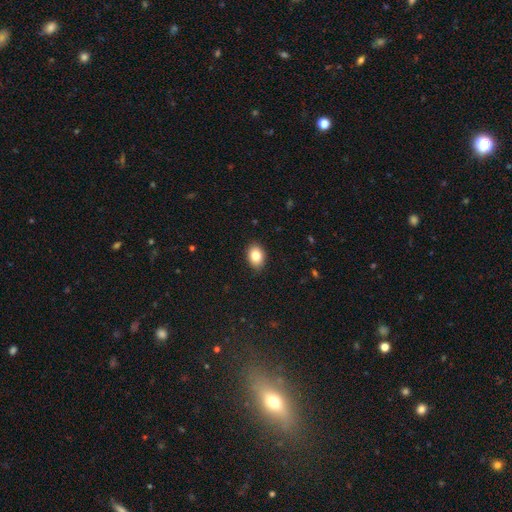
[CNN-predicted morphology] smooth_or_featured: smooth (p=0.82) [alt: featured or disk p=0.09]
how_rounded: in between (p=0.77) [alt: round p=0.22]
merging: none (p=0.89) [alt: minor disturbance p=0.08]